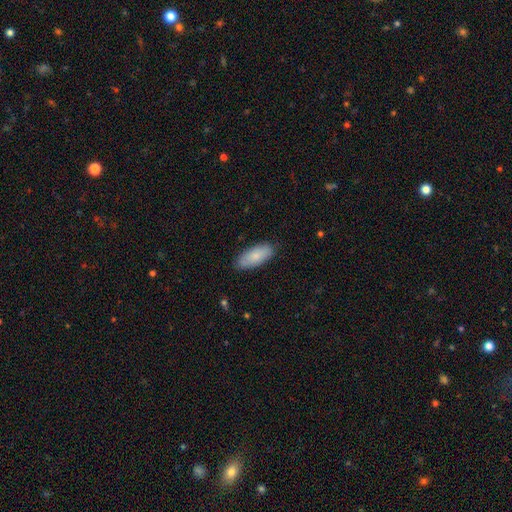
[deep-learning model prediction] A smooth galaxy with no disk features (81%) that is in between round and cigar-shaped (85%). Merging: none (84%).